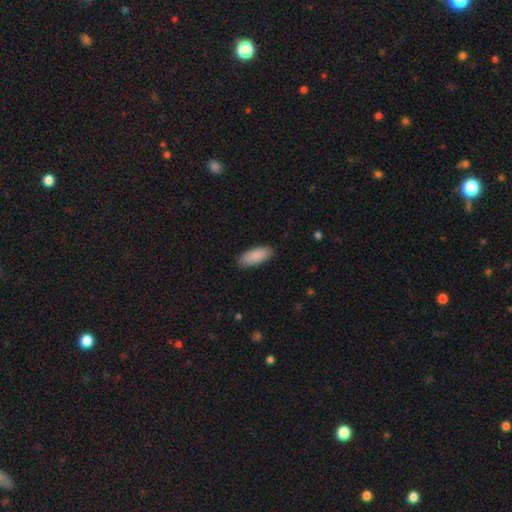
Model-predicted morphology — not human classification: smooth-or-featured: smooth: 90% | star or artifact: 6% | featured or disk: 5%
  how-rounded: in between: 81% | cigar-shaped: 18% | round: 2%
  merging: none: 88% | minor disturbance: 9% | major disturbance: 2% | merger: 1%